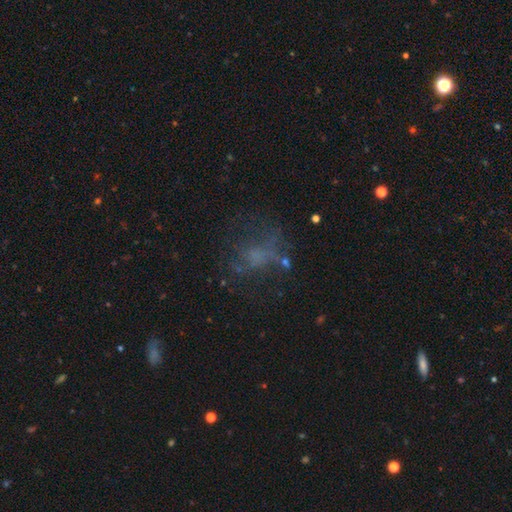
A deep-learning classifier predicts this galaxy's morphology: type=featured or disk (39%); merging=none (45%).